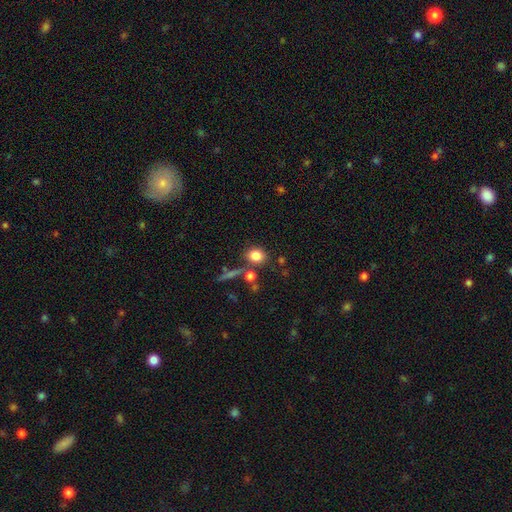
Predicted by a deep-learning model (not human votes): Smooth or featured: smooth — 81% (star or artifact — 11%)
How rounded: round — 61% (in between — 37%)
Merging: none — 71% (merger — 14%)